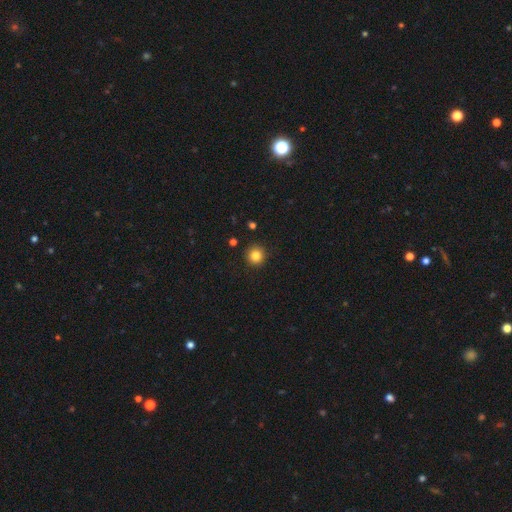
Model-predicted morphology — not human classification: This appears to be a smooth galaxy with no disk features (83%) that is round (95%). Merging: none (92%).